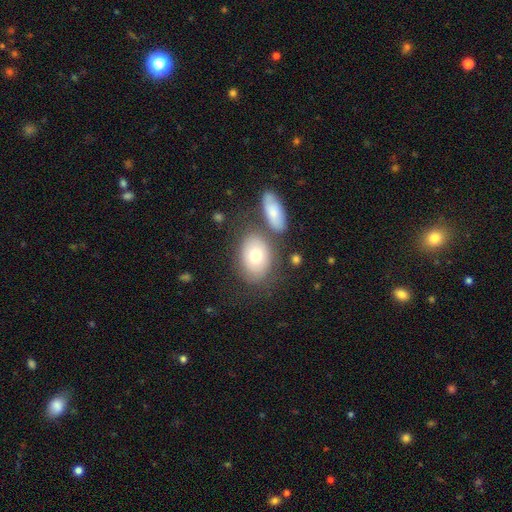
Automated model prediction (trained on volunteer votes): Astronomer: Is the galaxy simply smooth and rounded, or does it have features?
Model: smooth — 67%.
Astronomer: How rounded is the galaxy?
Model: in between — 76%.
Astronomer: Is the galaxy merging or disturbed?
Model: none — 65%.